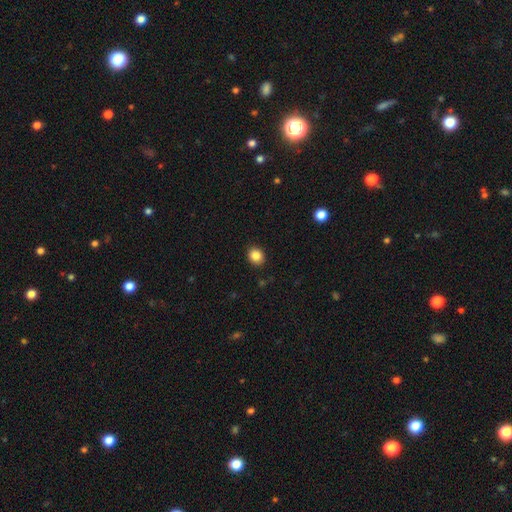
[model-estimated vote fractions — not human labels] Smooth or featured?
  - smooth: 85% *
  - star or artifact: 10%
  - featured or disk: 5%
How rounded?
  - round: 71% *
  - in between: 28%
  - cigar-shaped: 1%
Merging?
  - none: 91% *
  - minor disturbance: 6%
  - major disturbance: 2%
  - merger: 1%